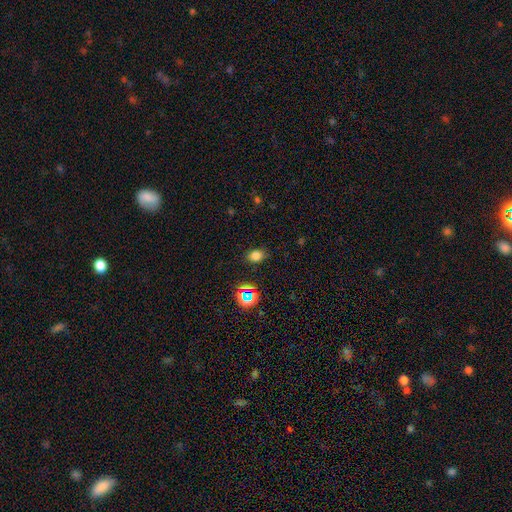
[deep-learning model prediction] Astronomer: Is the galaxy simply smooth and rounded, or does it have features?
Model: smooth — 75%.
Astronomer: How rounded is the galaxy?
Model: in between — 71%.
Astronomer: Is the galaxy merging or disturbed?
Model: none — 86%.